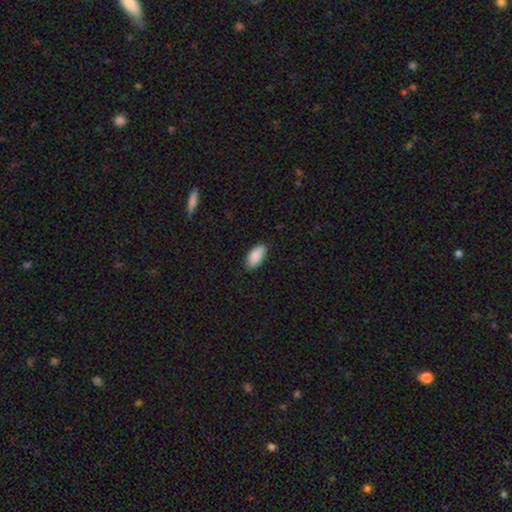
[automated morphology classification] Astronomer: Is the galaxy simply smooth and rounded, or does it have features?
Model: smooth — 90%.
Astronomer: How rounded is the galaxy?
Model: in between — 93%.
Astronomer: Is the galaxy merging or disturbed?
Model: none — 85%.